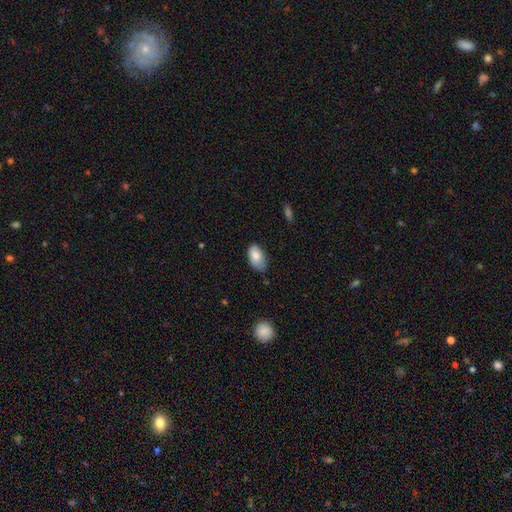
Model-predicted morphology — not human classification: Overall: smooth (80%). How rounded: in between (93%). Merging: none (59%; minor disturbance 34%).